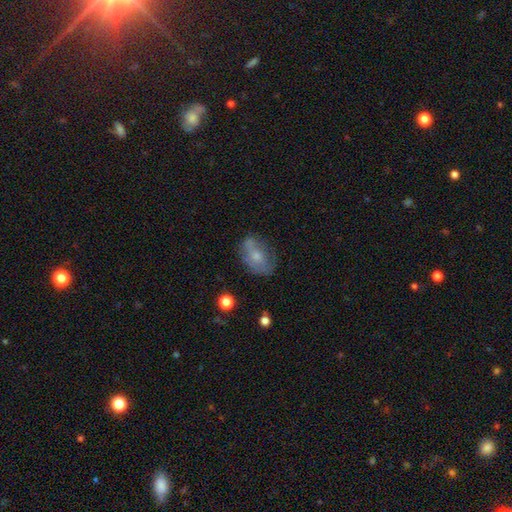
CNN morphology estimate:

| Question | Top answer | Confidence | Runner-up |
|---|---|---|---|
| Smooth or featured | smooth | 55% | featured or disk (36%) |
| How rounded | in between | 83% | round (15%) |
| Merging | none | 56% | minor disturbance (28%) |